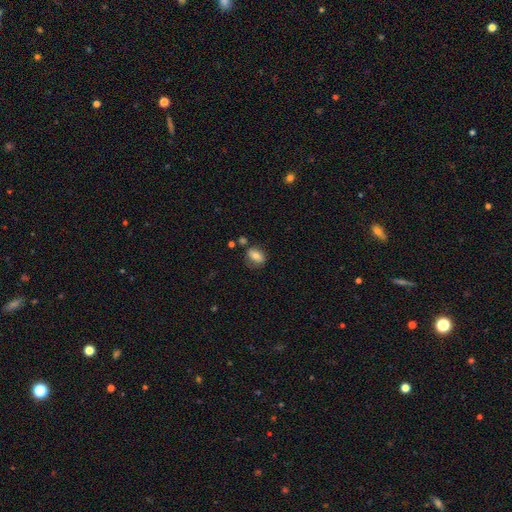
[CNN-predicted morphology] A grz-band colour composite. It shows a smooth galaxy with no disk features (75%) that is in between round and cigar-shaped (75%). Merging: none (67%).